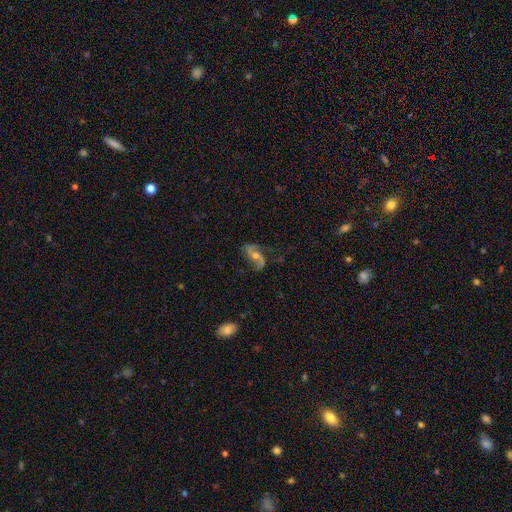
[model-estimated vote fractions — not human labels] Smooth or featured? featured or disk (84%)
Edge-on disk? no (95%)
Bar? no (51%)
Spiral arms? yes (95%)
Spiral winding? loose (62%)
Spiral arm count? 2 (91%)
Bulge size? moderate (60%)
Merging? none (71%)